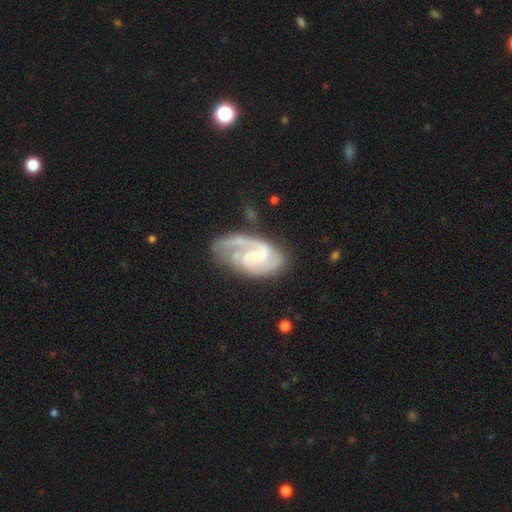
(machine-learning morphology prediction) This is clearly a featured or disk galaxy (86%). It is clearly not viewed edge-on (97%). Bar: possibly weak (49%). Spiral arm pattern: clearly yes (97%). Spiral arm count: likely 2 (68%). Spiral winding: possibly medium (48%). Central bulge: likely small (62%). Merging: possibly none (60%).